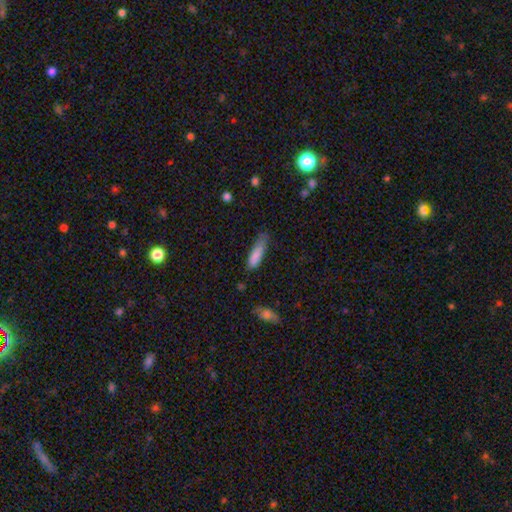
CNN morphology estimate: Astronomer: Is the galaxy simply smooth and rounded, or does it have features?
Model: smooth — 84%.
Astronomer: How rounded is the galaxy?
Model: cigar-shaped — 62% (runner-up: in between, 37%).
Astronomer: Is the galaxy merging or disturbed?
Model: none — 48% (runner-up: minor disturbance, 38%).